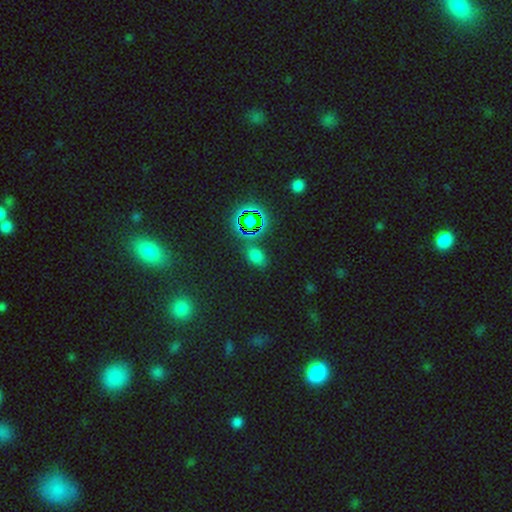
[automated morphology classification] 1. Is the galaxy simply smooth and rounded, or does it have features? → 52% smooth, 42% star or artifact, 6% featured or disk.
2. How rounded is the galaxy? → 71% in between, 26% round, 3% cigar-shaped.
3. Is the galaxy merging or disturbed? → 75% none, 13% minor disturbance, 6% merger, 5% major disturbance.